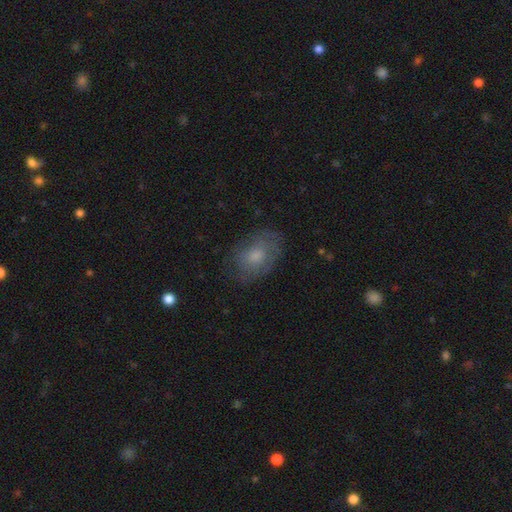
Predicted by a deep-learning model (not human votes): smooth 58%, featured or disk 32%, star or artifact 10%. Down the decision tree: how rounded — in between (80%); merging — none (71%).